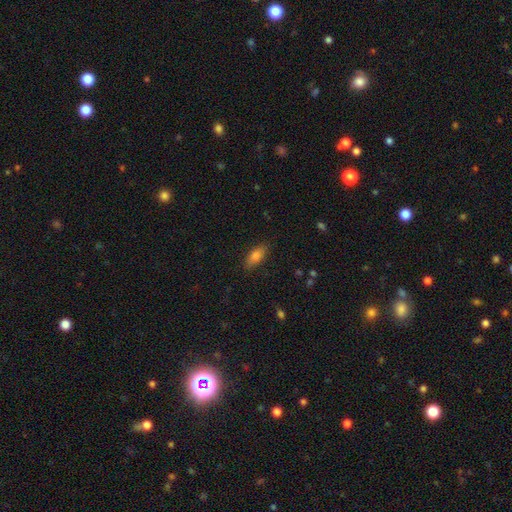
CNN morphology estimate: Smooth or featured? smooth (80%)
How rounded? in between (81%)
Merging? none (85%)